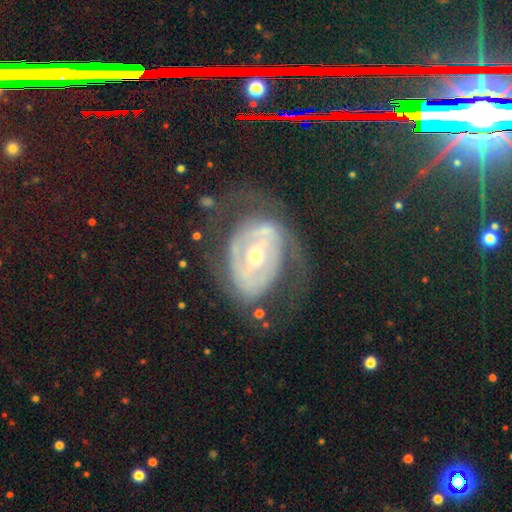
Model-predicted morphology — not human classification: featured or disk 79%, smooth 13%, star or artifact 8%. Down the decision tree: edge-on disk — no (95%); bar — weak (35%); spiral arms — yes (69%); spiral arm count — 2 (54%); spiral winding — tight (48%); bulge size — small (52%); merging — none (53%).